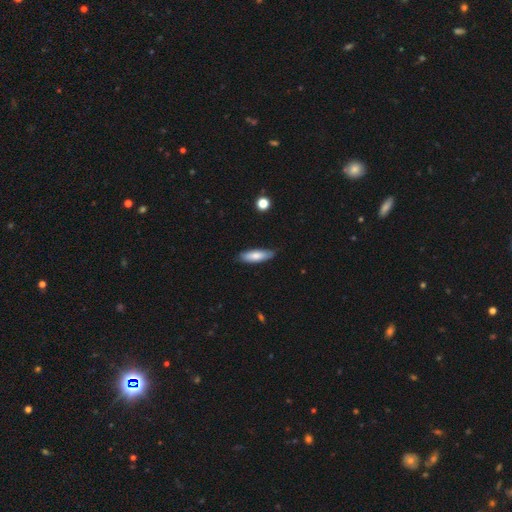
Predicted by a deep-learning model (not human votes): Smooth or featured? Predicted: smooth (p=0.75). How rounded? Predicted: in between (p=0.51). Merging? Predicted: none (p=0.80).